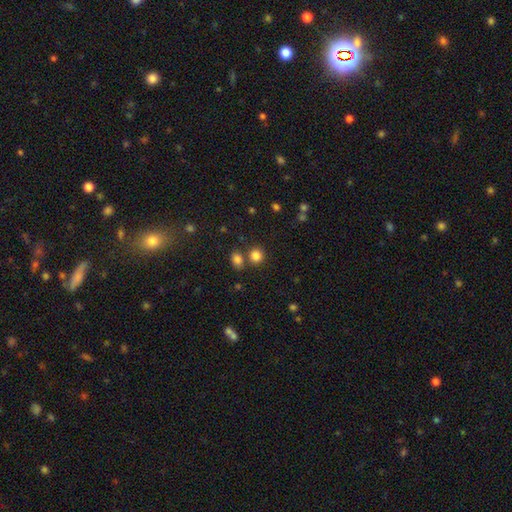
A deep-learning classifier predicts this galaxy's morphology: Overall: smooth (83%). How rounded: round (83%). Merging: none (70%).